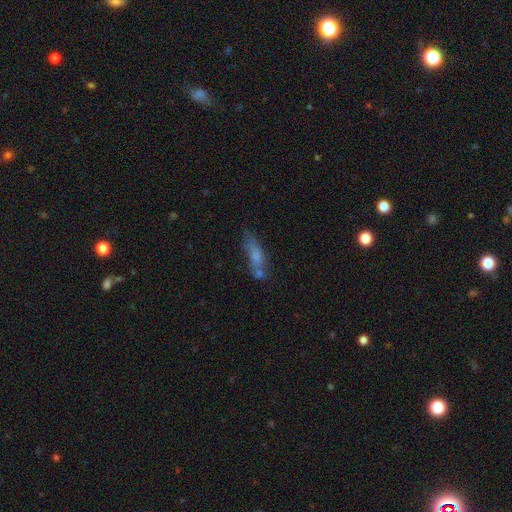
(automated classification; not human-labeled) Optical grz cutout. It shows a smooth galaxy with no disk features (64%) that is cigar-shaped (52%). Merging: none (41%).